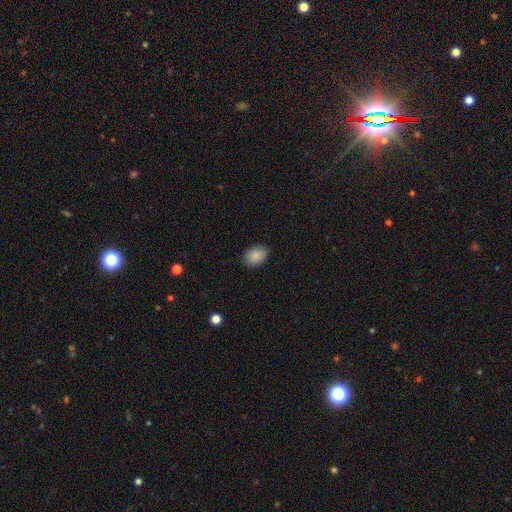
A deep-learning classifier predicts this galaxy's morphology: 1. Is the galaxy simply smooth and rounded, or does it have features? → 89% smooth, 8% star or artifact, 4% featured or disk.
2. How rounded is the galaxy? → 80% in between, 19% round, 1% cigar-shaped.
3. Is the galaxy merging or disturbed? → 88% none, 9% minor disturbance, 2% major disturbance, 1% merger.